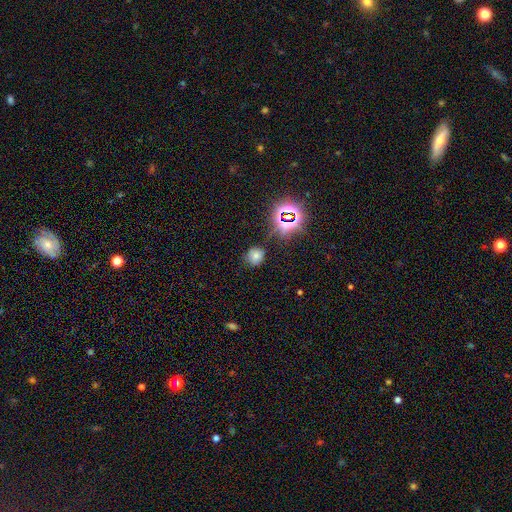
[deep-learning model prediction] smooth_or_featured: smooth (p=0.63) [alt: star or artifact p=0.27]
how_rounded: round (p=0.80) [alt: in between p=0.19]
merging: none (p=0.76) [alt: minor disturbance p=0.17]